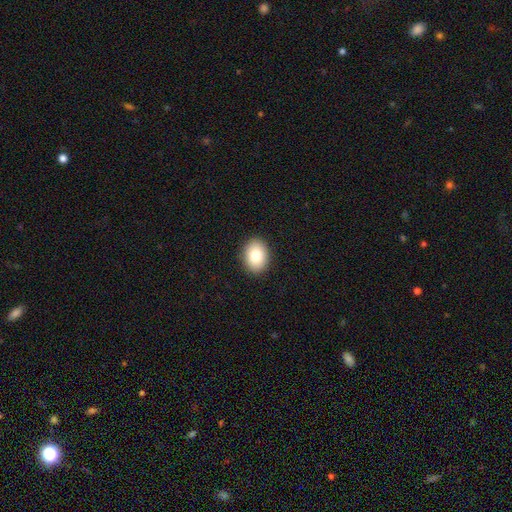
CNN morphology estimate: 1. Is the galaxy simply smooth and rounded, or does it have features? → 82% smooth, 10% featured or disk, 8% star or artifact.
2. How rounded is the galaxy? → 69% in between, 30% round, 1% cigar-shaped.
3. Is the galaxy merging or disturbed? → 90% none, 7% minor disturbance, 2% major disturbance, 1% merger.